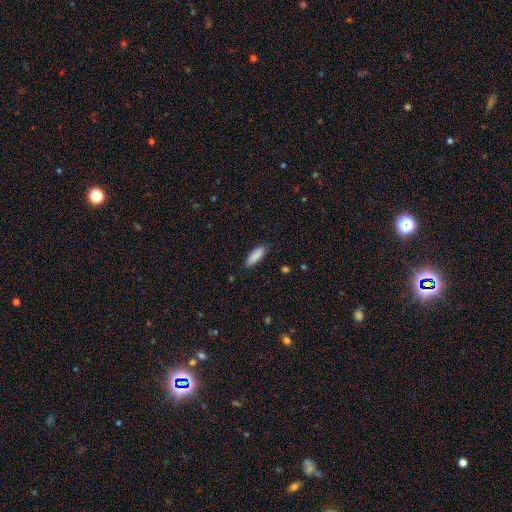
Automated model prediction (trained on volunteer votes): The model was most divided on "how rounded": in between: 54%, cigar-shaped: 45%, round: 1%. More confident: smooth or featured — smooth (89%); merging — none (86%).